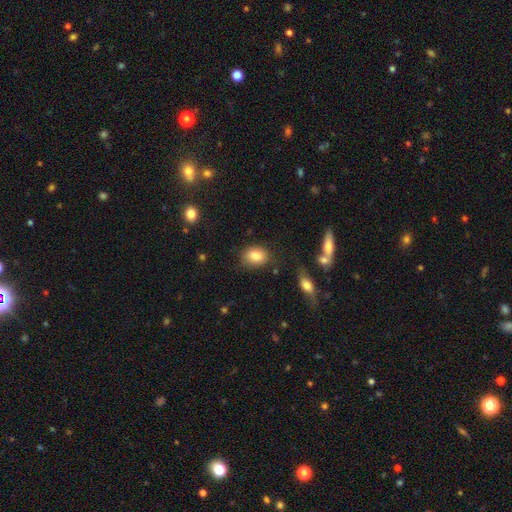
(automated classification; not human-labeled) Overall: smooth (85%). How rounded: in between (70%). Merging: none (78%).